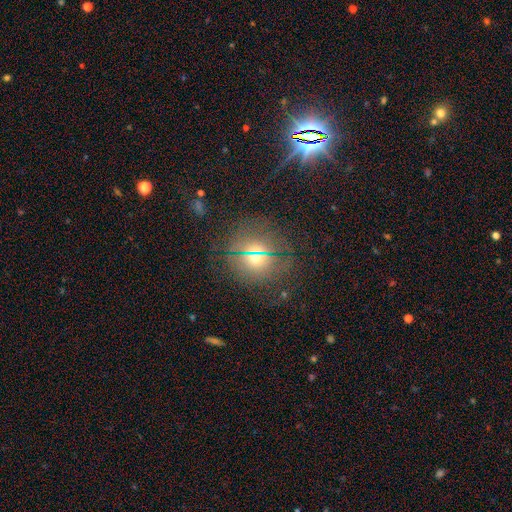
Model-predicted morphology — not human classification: A smooth galaxy with no disk features (55%) that is round (85%). Merging: none (80%).